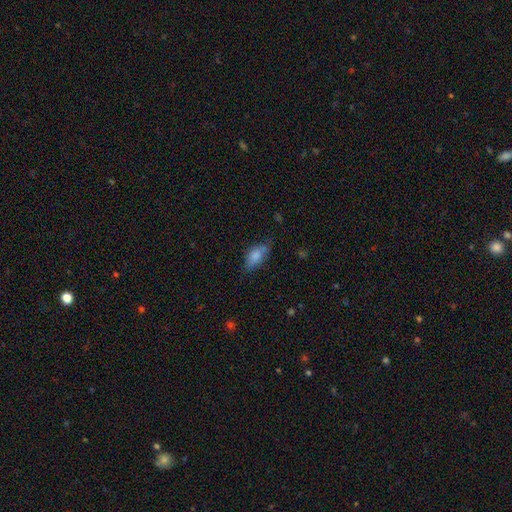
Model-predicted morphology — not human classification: This is likely a smooth galaxy (78%). How rounded: clearly in between (87%). Merging: possibly none (59%).